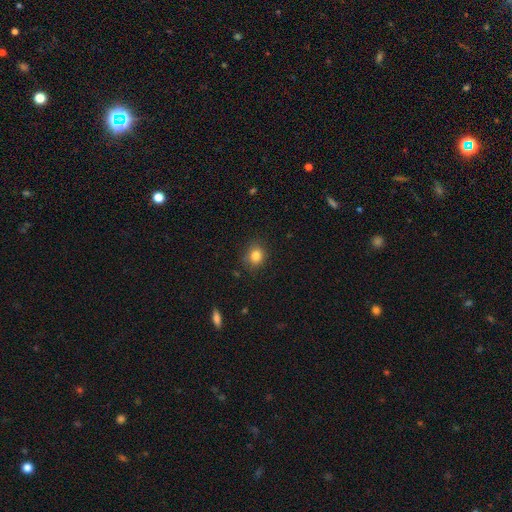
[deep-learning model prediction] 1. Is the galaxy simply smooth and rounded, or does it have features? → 83% smooth, 11% star or artifact, 6% featured or disk.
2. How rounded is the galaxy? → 73% round, 26% in between, 1% cigar-shaped.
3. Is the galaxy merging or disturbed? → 83% none, 13% minor disturbance, 3% major disturbance, 1% merger.